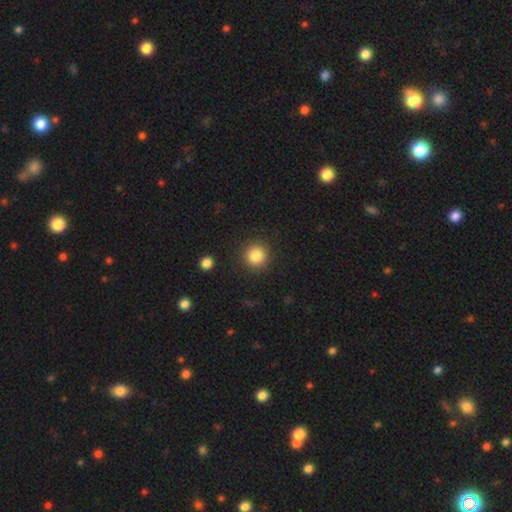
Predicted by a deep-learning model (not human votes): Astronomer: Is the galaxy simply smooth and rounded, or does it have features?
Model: smooth — 85%.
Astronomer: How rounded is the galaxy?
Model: round — 94%.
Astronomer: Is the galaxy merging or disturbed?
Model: none — 90%.